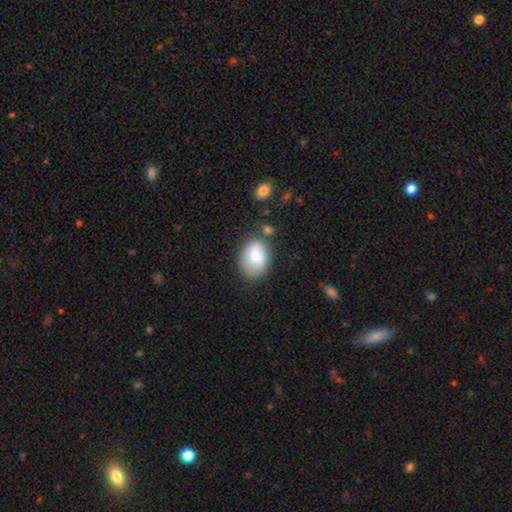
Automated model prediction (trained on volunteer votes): This is likely a smooth galaxy (73%). How rounded: likely in between (73%). Merging: likely none (64%).